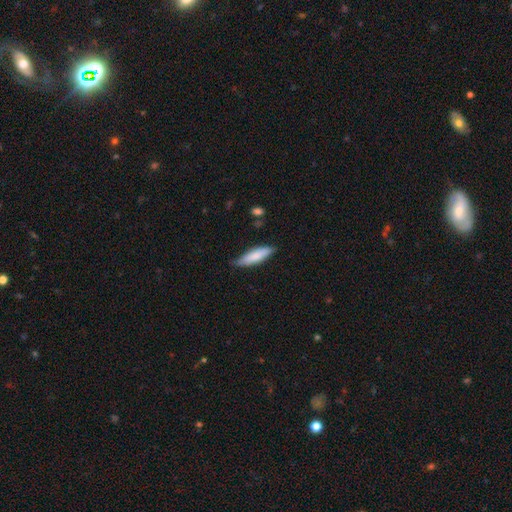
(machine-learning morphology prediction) Overall: smooth (80%). How rounded: cigar-shaped (60%; in between 38%). Merging: none (74%).